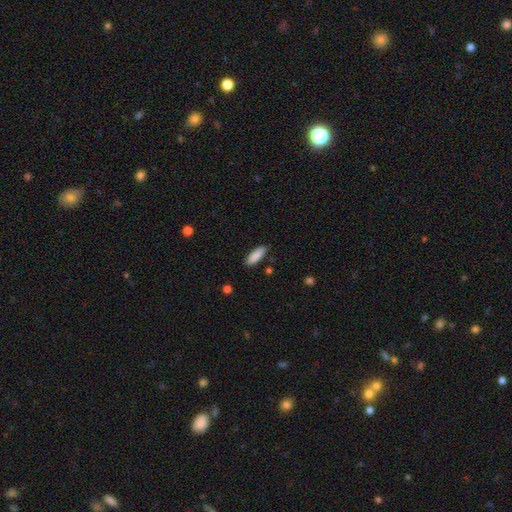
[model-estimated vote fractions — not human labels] The model was most divided on "how rounded": in between: 61%, cigar-shaped: 37%, round: 2%. More confident: smooth or featured — smooth (88%); merging — none (86%).